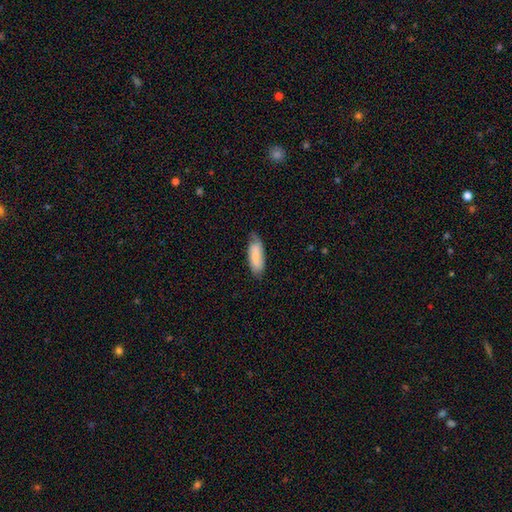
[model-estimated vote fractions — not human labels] A smooth galaxy with no disk features (69%) that is in between round and cigar-shaped (75%).

Vote fractions:
- Smooth or featured? smooth: 69% / featured or disk: 25% / star or artifact: 6%
- How rounded? in between: 75% / cigar-shaped: 23% / round: 2%
- Merging? none: 63% / minor disturbance: 29% / major disturbance: 6% / merger: 1%